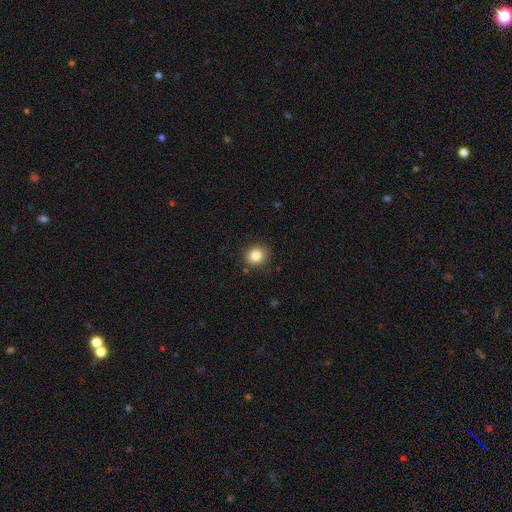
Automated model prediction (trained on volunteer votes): A smooth galaxy with no disk features (84%) that is round (86%). Merging: none (86%).